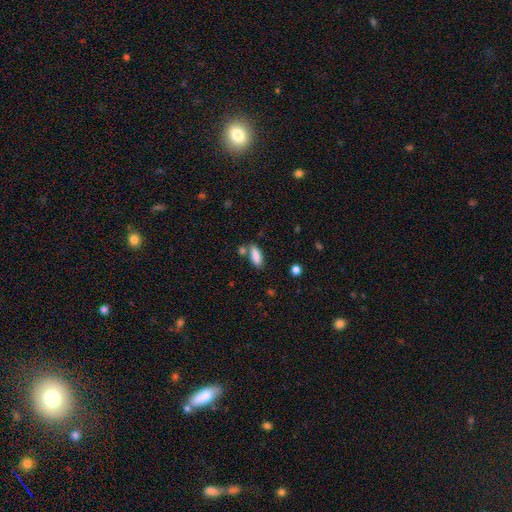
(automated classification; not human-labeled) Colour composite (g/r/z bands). It shows a smooth galaxy with no disk features (85%) that is in between round and cigar-shaped (73%). Merging: none (63%).